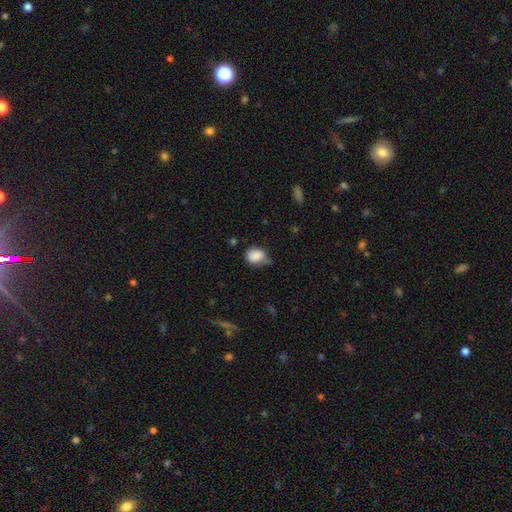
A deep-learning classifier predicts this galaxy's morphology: smooth_or_featured: smooth (p=0.84) [alt: star or artifact p=0.08]
how_rounded: in between (p=0.51) [alt: round p=0.48]
merging: none (p=0.49) [alt: minor disturbance p=0.37]